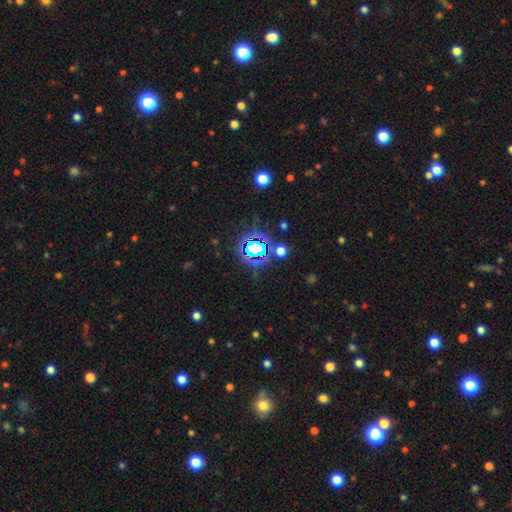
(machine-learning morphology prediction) smooth-or-featured: star or artifact: 70% | smooth: 20% | featured or disk: 10%